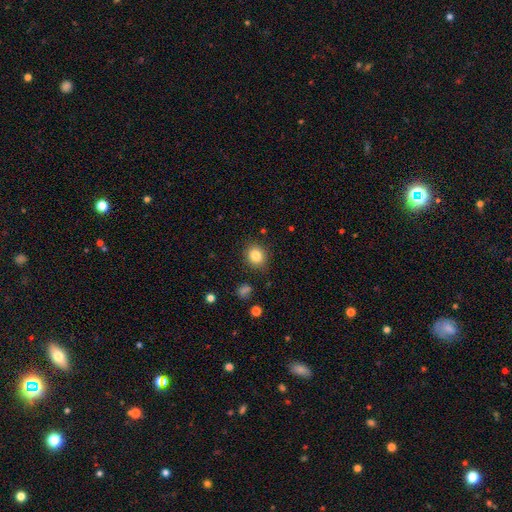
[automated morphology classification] smooth 83%, star or artifact 10%, featured or disk 7%. Down the decision tree: how rounded — round (77%); merging — none (86%).